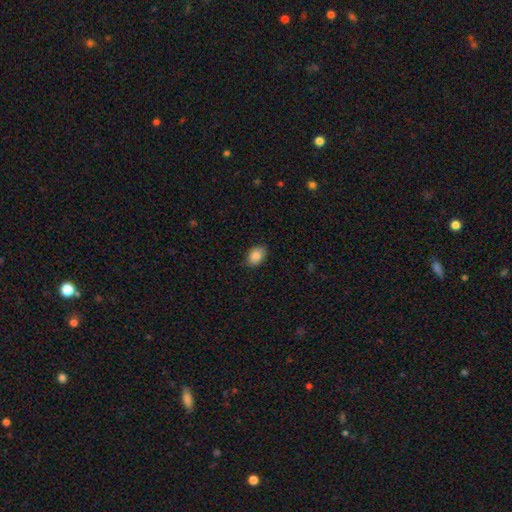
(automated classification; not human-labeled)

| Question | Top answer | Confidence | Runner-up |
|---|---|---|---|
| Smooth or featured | smooth | 86% | star or artifact (8%) |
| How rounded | in between | 77% | round (22%) |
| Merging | none | 85% | minor disturbance (12%) |